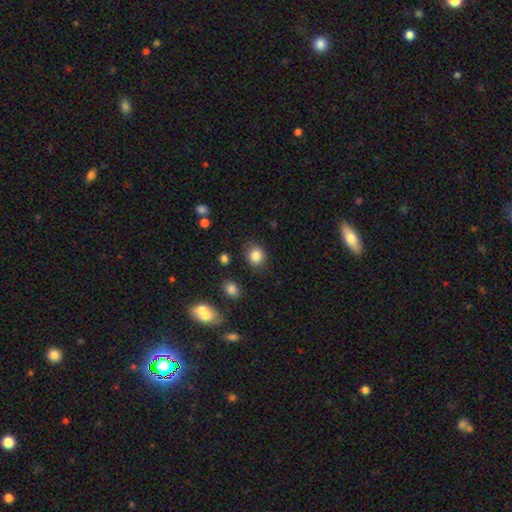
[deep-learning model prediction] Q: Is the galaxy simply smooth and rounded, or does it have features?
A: smooth — 84%.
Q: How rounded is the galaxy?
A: round — 70%.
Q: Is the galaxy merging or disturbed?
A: none — 82%.